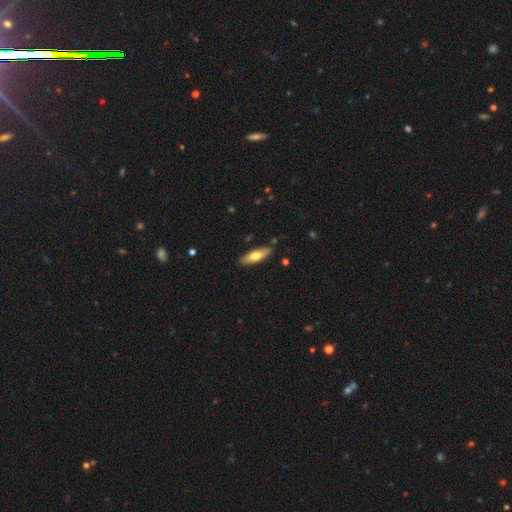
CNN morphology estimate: A smooth galaxy with no disk features (67%) that is in between round and cigar-shaped (53%).

Vote fractions:
- Smooth or featured? smooth: 67% / featured or disk: 28% / star or artifact: 6%
- How rounded? in between: 53% / cigar-shaped: 45% / round: 2%
- Merging? none: 86% / minor disturbance: 11% / major disturbance: 2% / merger: 2%